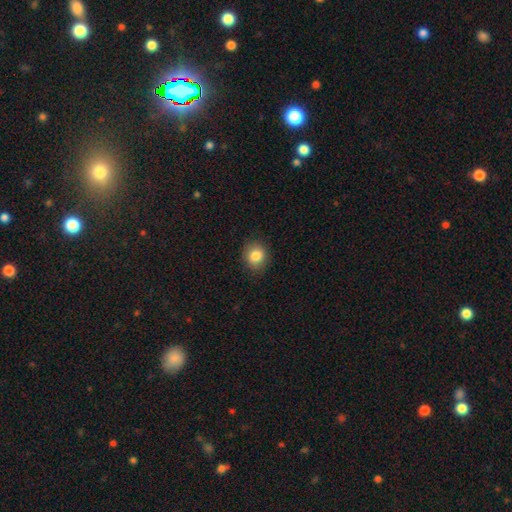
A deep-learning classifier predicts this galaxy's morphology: This is clearly a smooth galaxy (84%). How rounded: likely round (75%). Merging: clearly none (87%).